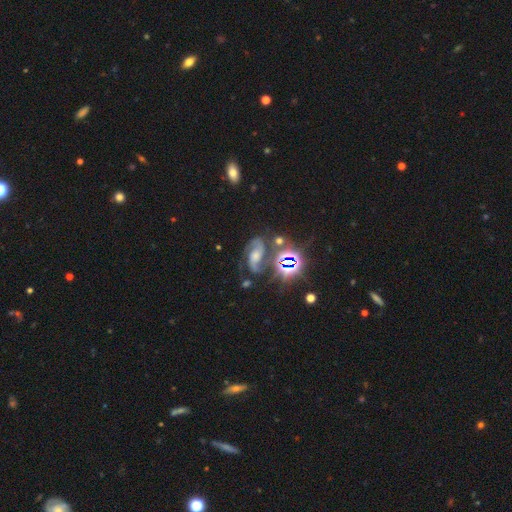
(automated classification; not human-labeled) Smooth or featured? featured or disk (64%)
Edge-on disk? no (96%)
Bar? no (47%)
Spiral arms? yes (95%)
Spiral winding? medium (54%)
Spiral arm count? 2 (90%)
Bulge size? moderate (47%)
Merging? none (59%)